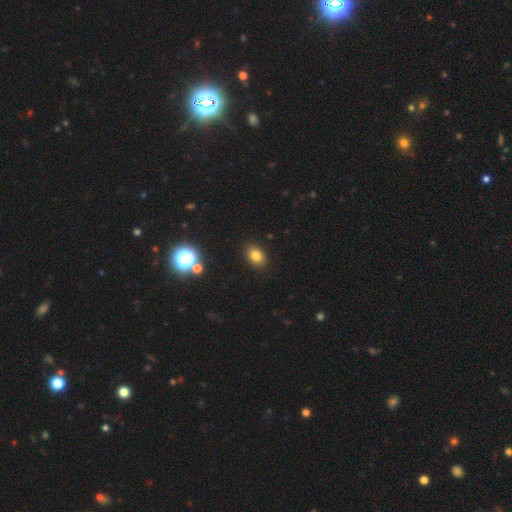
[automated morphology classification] smooth-or-featured: smooth: 80% | star or artifact: 13% | featured or disk: 7%
  how-rounded: in between: 72% | round: 27% | cigar-shaped: 1%
  merging: none: 89% | minor disturbance: 7% | major disturbance: 2% | merger: 2%